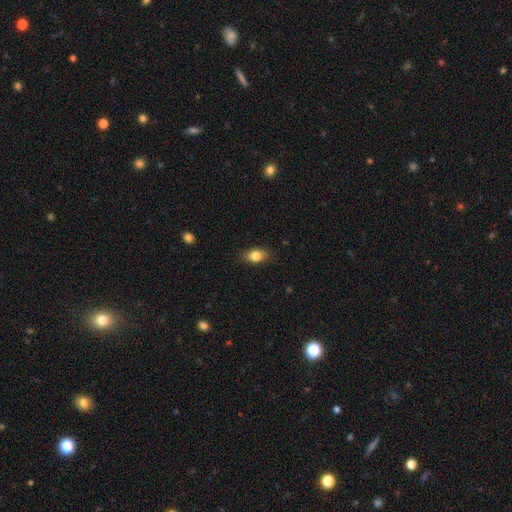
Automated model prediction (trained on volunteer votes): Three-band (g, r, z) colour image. It shows a smooth galaxy with no disk features (82%) that is in between round and cigar-shaped (81%). Merging: none (84%).